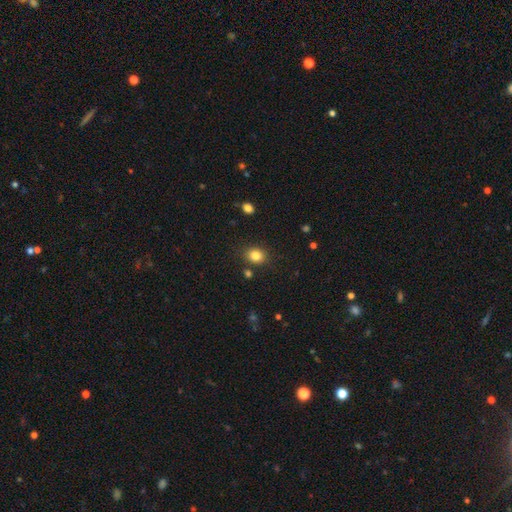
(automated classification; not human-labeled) Smooth or featured? Predicted: smooth (p=0.83). How rounded? Predicted: round (p=0.56). Merging? Predicted: none (p=0.84).